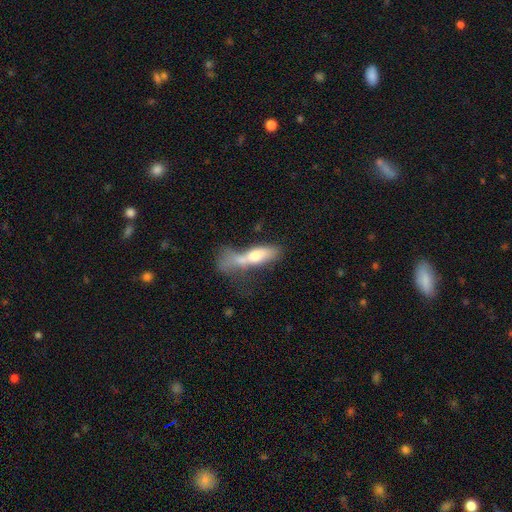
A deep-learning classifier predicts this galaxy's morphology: Smooth or featured? smooth (58%)
How rounded? in between (49%)
Merging? merger (42%)